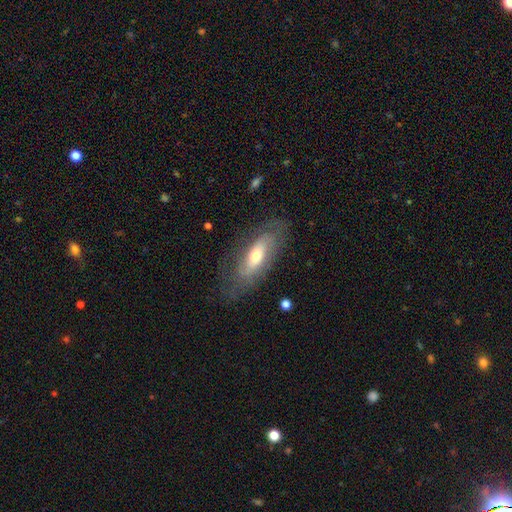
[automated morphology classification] A featured or disk galaxy (57%).

Vote fractions:
- Smooth or featured? featured or disk: 57% / smooth: 36% / star or artifact: 7%
- Edge-on disk? no: 80% / yes: 20%
- Merging? none: 69% / minor disturbance: 19% / major disturbance: 10% / merger: 1%